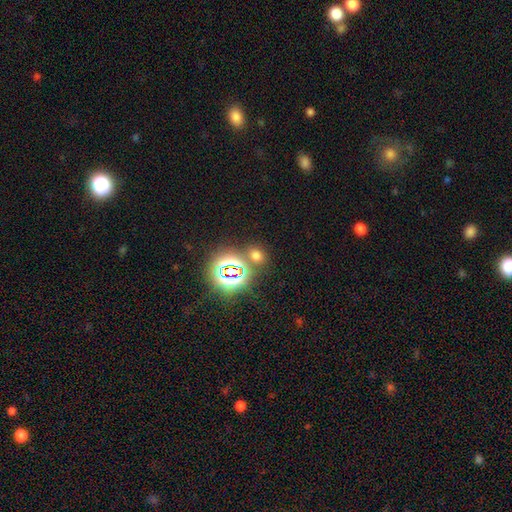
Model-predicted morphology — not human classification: smooth_or_featured: smooth (p=0.54) [alt: star or artifact p=0.40]
how_rounded: round (p=0.52) [alt: in between p=0.47]
merging: none (p=0.74) [alt: merger p=0.14]